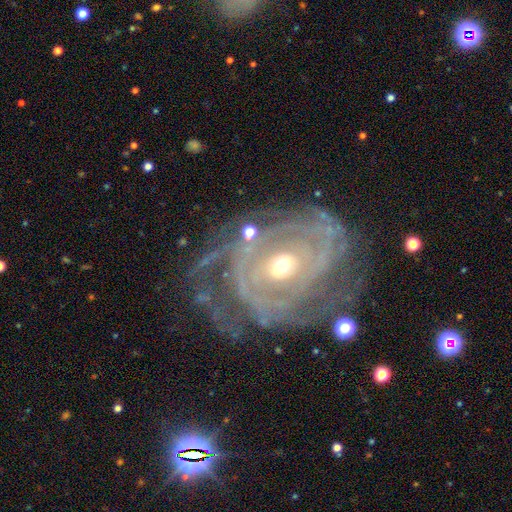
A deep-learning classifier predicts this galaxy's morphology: featured or disk 88%, star or artifact 7%, smooth 5%. Down the decision tree: edge-on disk — no (96%); bar — no (43%); spiral arms — yes (96%); spiral arm count — can't tell (31%); spiral winding — tight (73%); bulge size — moderate (50%); merging — none (62%).